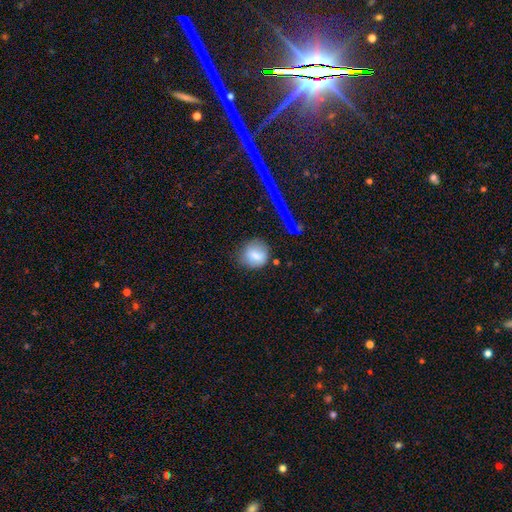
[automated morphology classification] This appears to be a smooth galaxy with no disk features (76%) that is round (74%). Merging: none (68%).